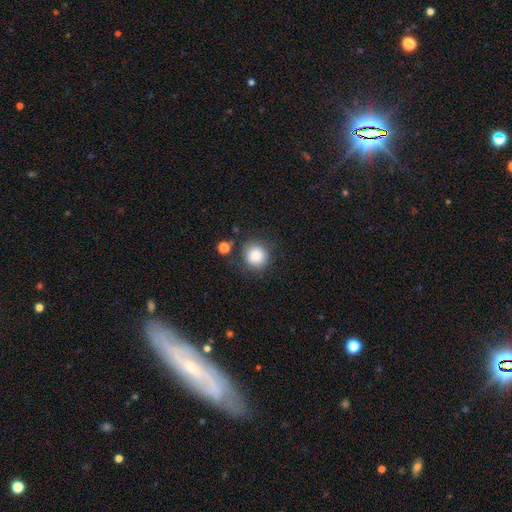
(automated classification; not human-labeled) smooth-or-featured: smooth: 85% | star or artifact: 10% | featured or disk: 6%
  how-rounded: round: 91% | in between: 8% | cigar-shaped: 1%
  merging: none: 78% | minor disturbance: 12% | merger: 5% | major disturbance: 5%